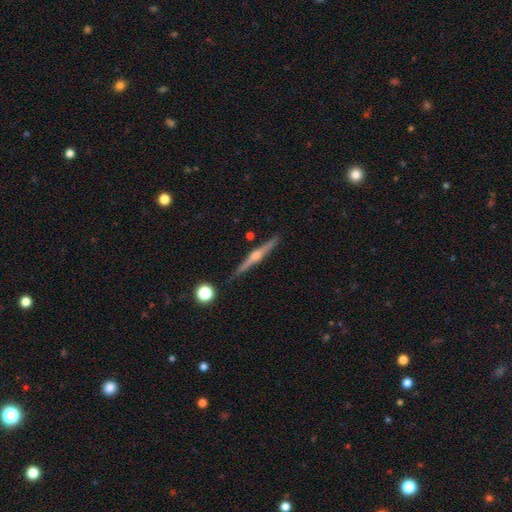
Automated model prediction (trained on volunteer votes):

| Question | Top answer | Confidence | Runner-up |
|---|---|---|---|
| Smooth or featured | featured or disk | 82% | smooth (13%) |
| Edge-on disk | yes | 98% | no (2%) |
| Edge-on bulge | rounded | 91% | boxy (5%) |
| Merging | none | 91% | minor disturbance (6%) |